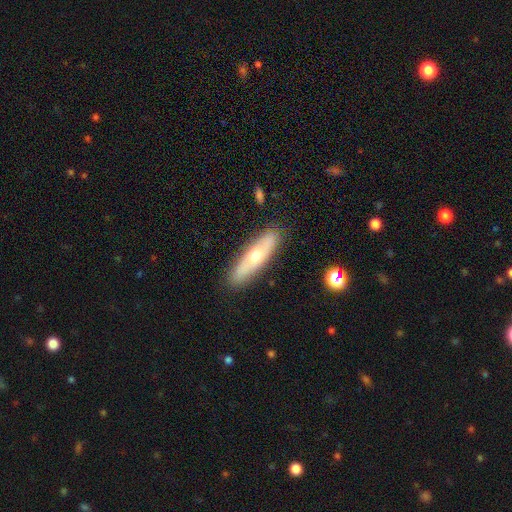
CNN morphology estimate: smooth_or_featured: smooth (p=0.52) [alt: featured or disk p=0.42]
how_rounded: cigar-shaped (p=0.65) [alt: in between p=0.33]
merging: none (p=0.86) [alt: minor disturbance p=0.10]